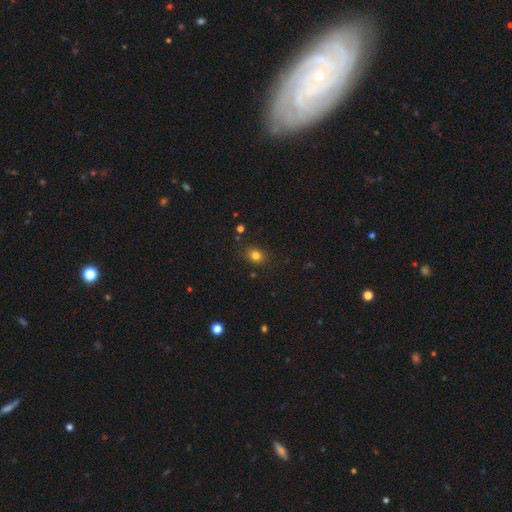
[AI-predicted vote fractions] A smooth galaxy with no disk features (80%) that is round (59%).

Vote fractions:
- Smooth or featured? smooth: 80% / star or artifact: 14% / featured or disk: 6%
- How rounded? round: 59% / in between: 40% / cigar-shaped: 1%
- Merging? none: 85% / minor disturbance: 10% / major disturbance: 3% / merger: 2%